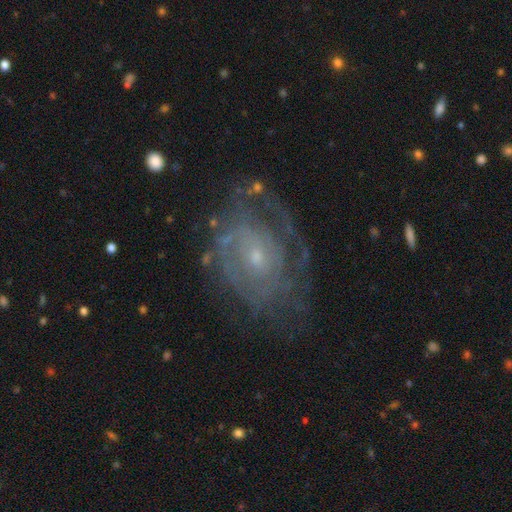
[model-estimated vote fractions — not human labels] smooth_or_featured: featured or disk (p=0.81) [alt: smooth p=0.10]
disk_edge_on: no (p=0.97) [alt: yes p=0.03]
bar: no (p=0.71) [alt: weak p=0.25]
has_spiral_arms: yes (p=0.87) [alt: no p=0.13]
spiral_winding: tight (p=0.61) [alt: medium p=0.30]
spiral_arm_count: can't tell (p=0.46) [alt: 2 p=0.23]
bulge_size: small (p=0.73) [alt: moderate p=0.22]
merging: none (p=0.66) [alt: minor disturbance p=0.19]